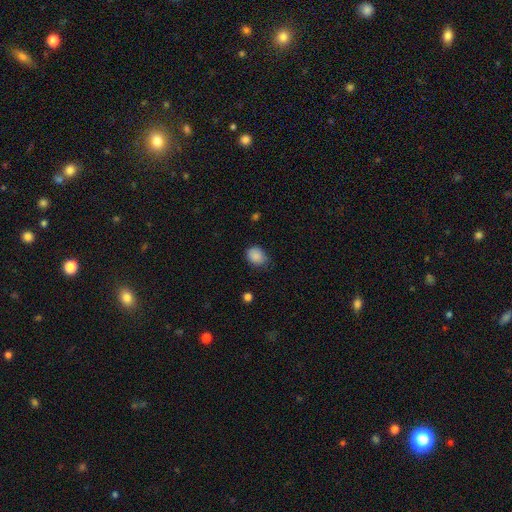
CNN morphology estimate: This is clearly a smooth galaxy (87%). How rounded: possibly in between (51%). Merging: likely none (65%).